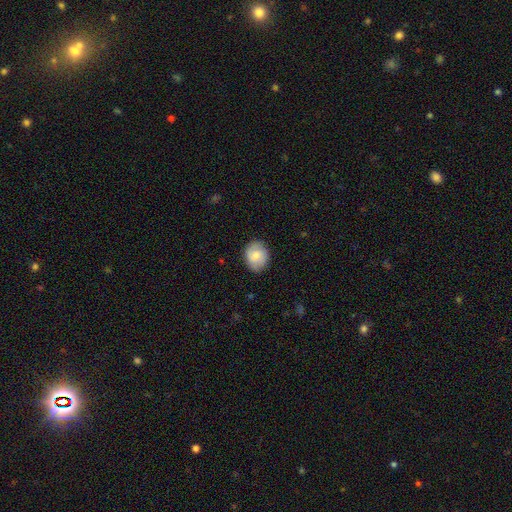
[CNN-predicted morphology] Overall: smooth (68%). How rounded: round (62%; in between 37%). Merging: none (82%).